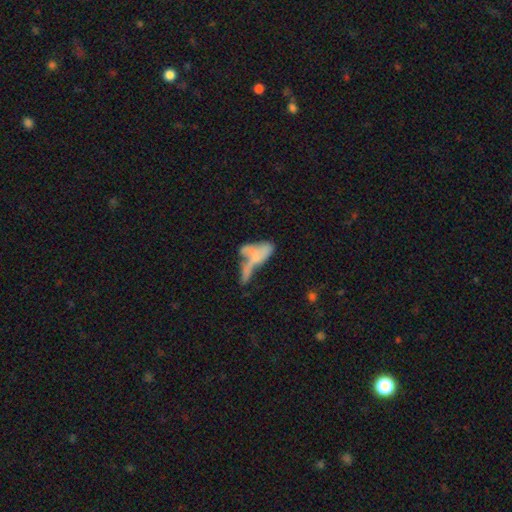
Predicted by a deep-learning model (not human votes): This appears to be a smooth galaxy with no disk features (51%) that is in between round and cigar-shaped (64%). Merging: merger (53%).